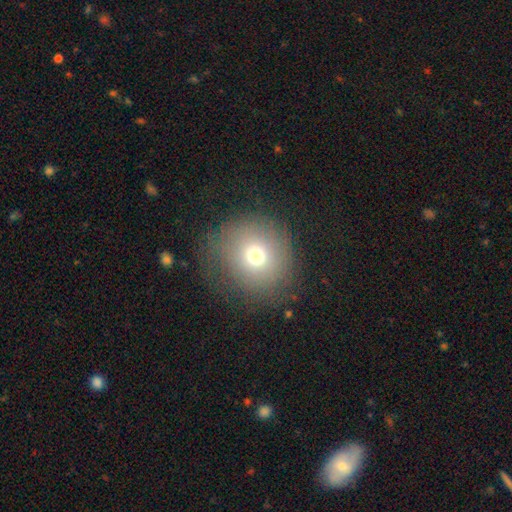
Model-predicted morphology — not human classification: smooth-or-featured: smooth: 70% | star or artifact: 16% | featured or disk: 14%
  how-rounded: round: 88% | in between: 11% | cigar-shaped: 1%
  merging: none: 77% | minor disturbance: 14% | major disturbance: 8% | merger: 1%